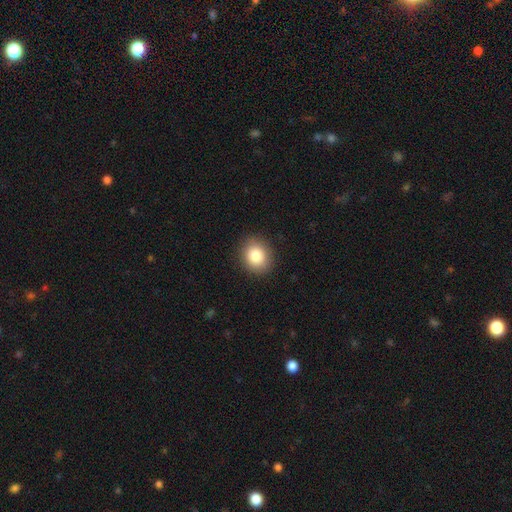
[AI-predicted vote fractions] Smooth or featured: smooth — 83% (star or artifact — 9%)
How rounded: round — 75% (in between — 24%)
Merging: none — 90% (minor disturbance — 7%)